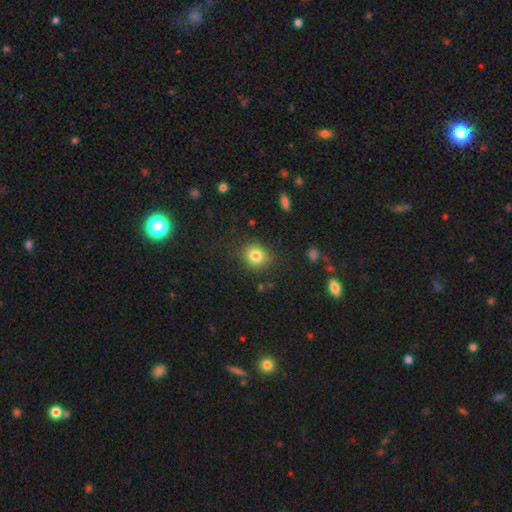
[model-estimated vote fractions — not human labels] This is clearly a smooth galaxy (82%). How rounded: clearly round (81%). Merging: clearly none (85%).